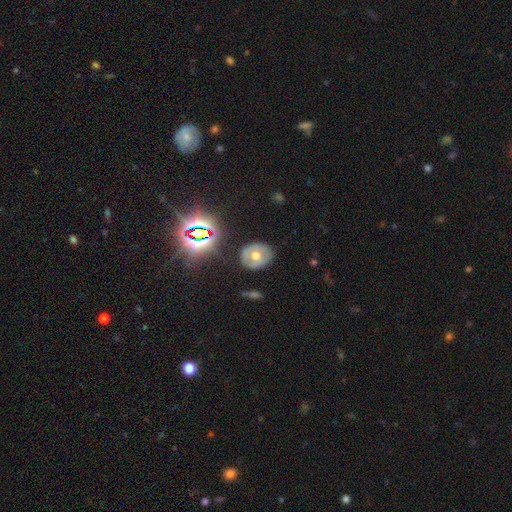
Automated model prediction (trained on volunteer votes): Smooth or featured? Predicted: featured or disk (p=0.45). Merging? Predicted: none (p=0.81).